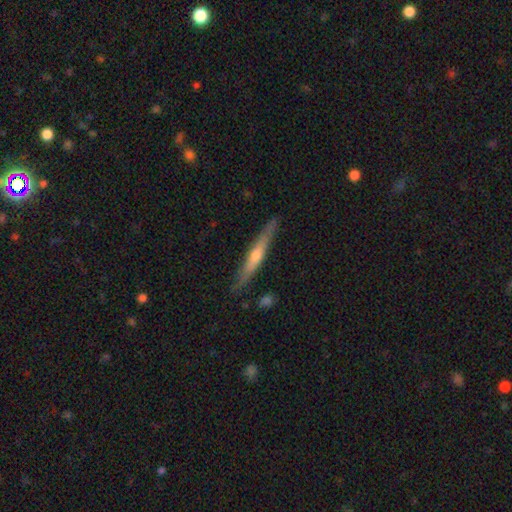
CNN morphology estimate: Smooth or featured?
  - featured or disk: 65% *
  - smooth: 29%
  - star or artifact: 6%
Edge-on disk?
  - yes: 96% *
  - no: 4%
Edge-on bulge?
  - rounded: 77% *
  - none: 19%
  - boxy: 5%
Merging?
  - none: 88% *
  - minor disturbance: 9%
  - major disturbance: 2%
  - merger: 1%